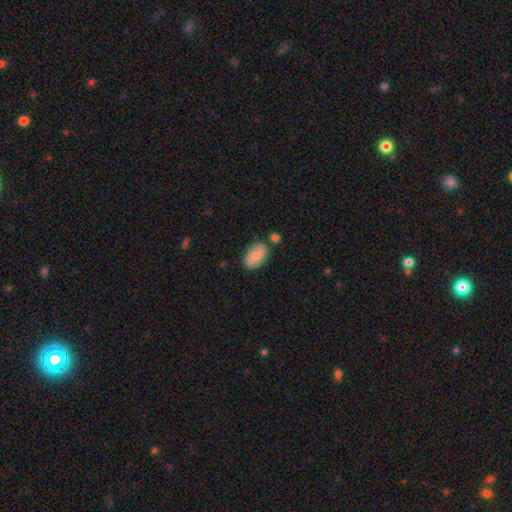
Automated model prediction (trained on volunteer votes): smooth 73%, featured or disk 20%, star or artifact 7%. Down the decision tree: how rounded — in between (91%); merging — none (71%).